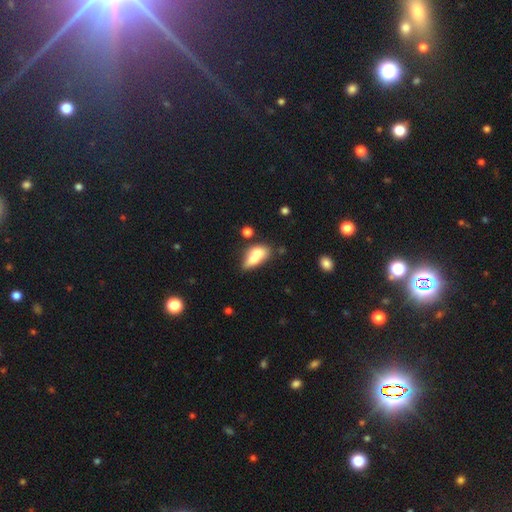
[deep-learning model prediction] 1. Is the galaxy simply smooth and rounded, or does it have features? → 63% smooth, 28% featured or disk, 9% star or artifact.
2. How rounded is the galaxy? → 75% in between, 13% cigar-shaped, 12% round.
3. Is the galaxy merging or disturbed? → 59% merger, 23% none, 11% minor disturbance, 7% major disturbance.